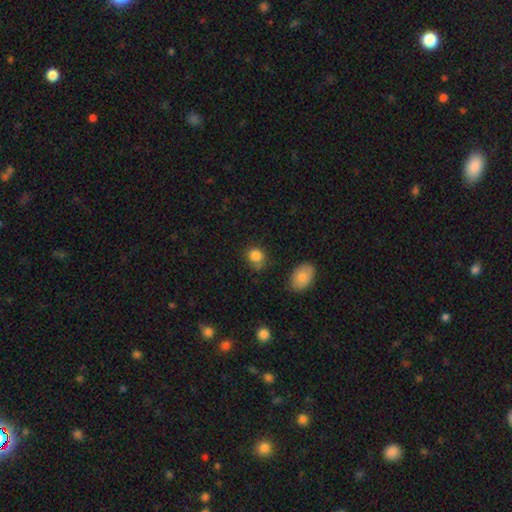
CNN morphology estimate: A smooth galaxy with no disk features (85%) that is round (68%). Merging: none (64%).